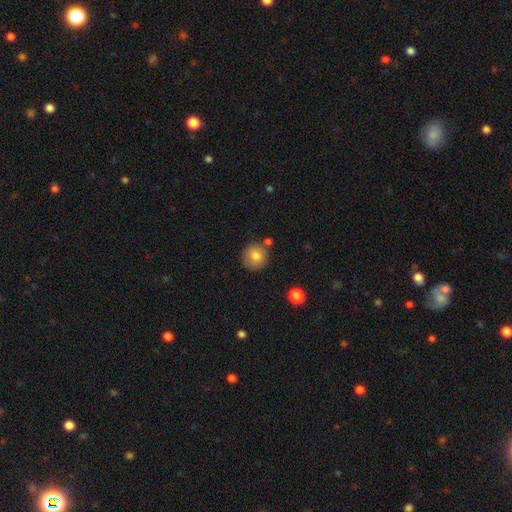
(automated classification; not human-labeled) The model was most divided on "merging": none: 76%, minor disturbance: 12%, merger: 10%, major disturbance: 3%. More confident: how rounded — round (91%); smooth or featured — smooth (80%).